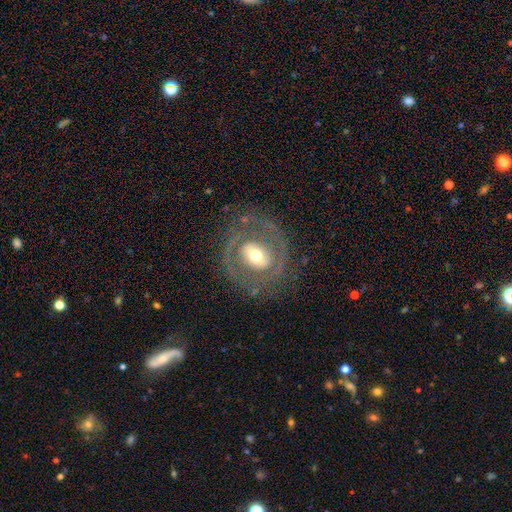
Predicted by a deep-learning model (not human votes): This is likely a featured or disk galaxy (68%). It is clearly not viewed edge-on (95%). Bar: possibly no (48%). Spiral arm pattern: possibly no (50%, tied with yes). Central bulge: likely moderate (66%). Merging: likely none (74%).